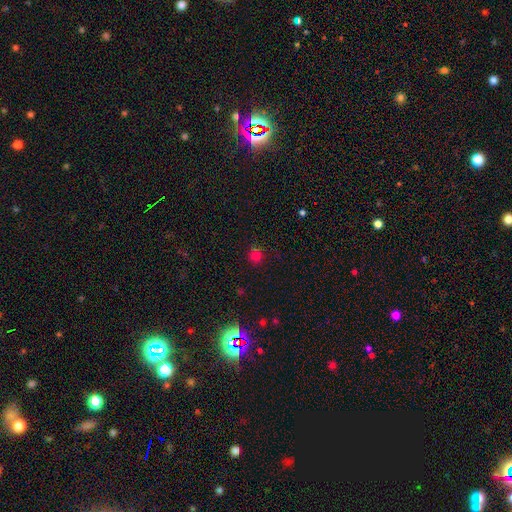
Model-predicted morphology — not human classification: smooth-or-featured: smooth: 71% | star or artifact: 23% | featured or disk: 5%
  how-rounded: round: 87% | in between: 12% | cigar-shaped: 1%
  merging: none: 81% | minor disturbance: 11% | merger: 5% | major disturbance: 3%